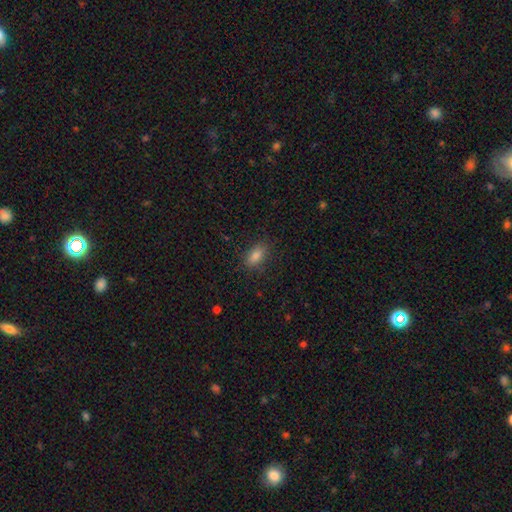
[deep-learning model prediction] This appears to be a smooth galaxy with no disk features (83%) that is in between round and cigar-shaped (84%). Merging: none (86%).